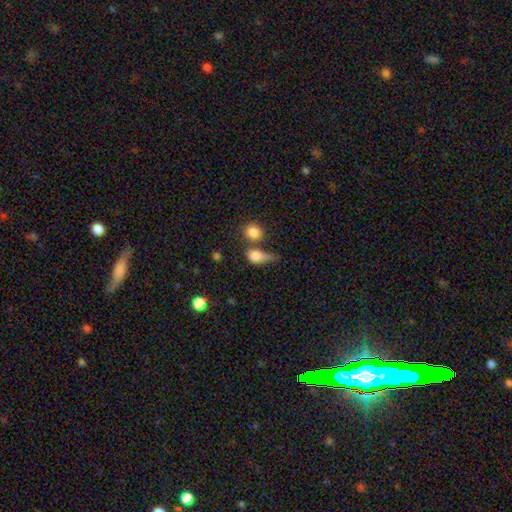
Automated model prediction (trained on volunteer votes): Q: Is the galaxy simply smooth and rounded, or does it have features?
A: smooth — 79%.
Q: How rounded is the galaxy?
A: in between — 58%.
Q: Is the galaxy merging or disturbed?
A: merger — 30%.